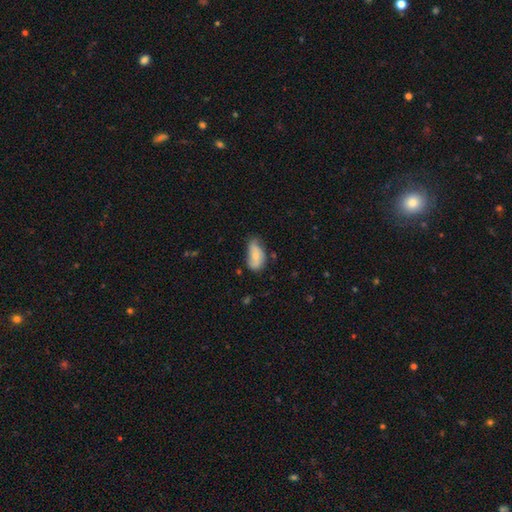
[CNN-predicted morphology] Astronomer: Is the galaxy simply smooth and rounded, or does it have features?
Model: smooth — 65%.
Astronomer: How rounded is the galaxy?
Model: in between — 91%.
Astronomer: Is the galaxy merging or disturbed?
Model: none — 43% (runner-up: minor disturbance, 42%).